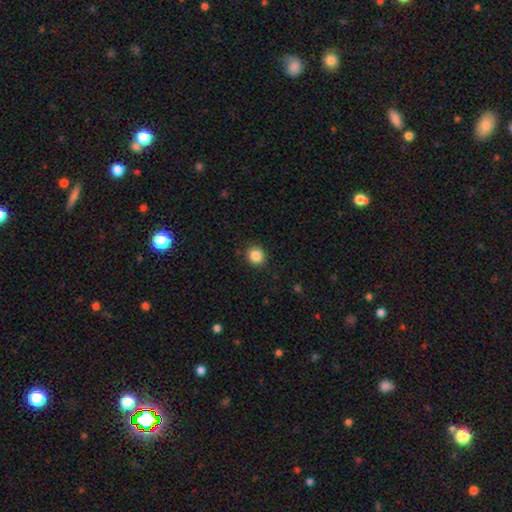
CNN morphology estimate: type=smooth (86%); roundness=round (82%); merging=none (90%).